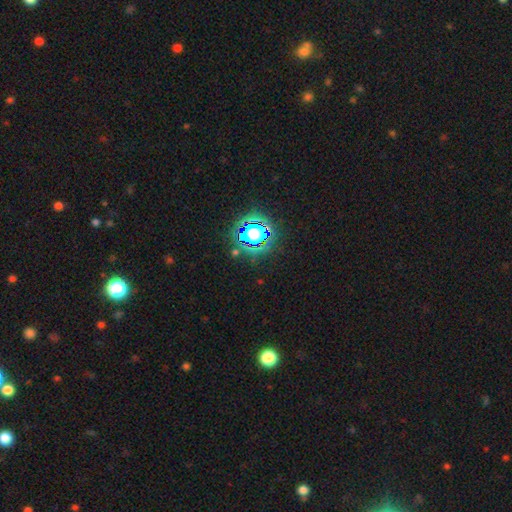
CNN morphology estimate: smooth_or_featured: star or artifact (p=0.82) [alt: smooth p=0.11]